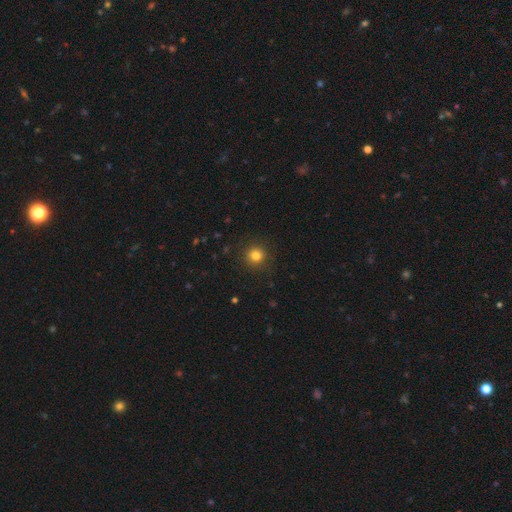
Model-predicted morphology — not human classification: smooth_or_featured: smooth (p=0.81) [alt: star or artifact p=0.13]
how_rounded: round (p=0.94) [alt: in between p=0.05]
merging: none (p=0.90) [alt: minor disturbance p=0.06]